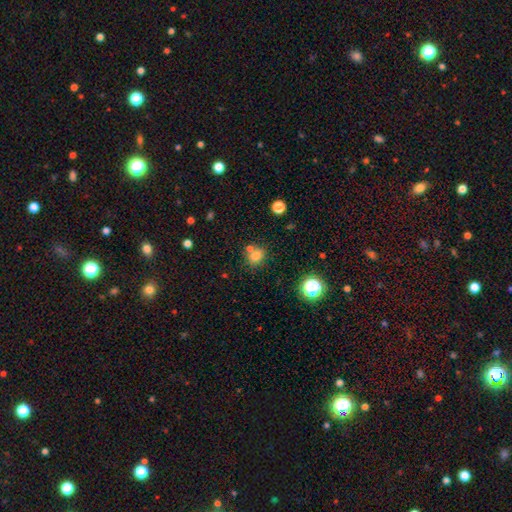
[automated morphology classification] This appears to be a smooth galaxy with no disk features (77%) that is round (71%). Merging: none (63%).